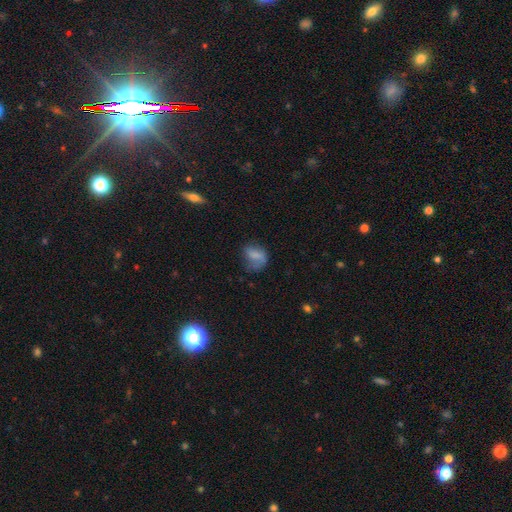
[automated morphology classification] A smooth galaxy with no disk features (67%) that is in between round and cigar-shaped (68%). Merging: none (40%).